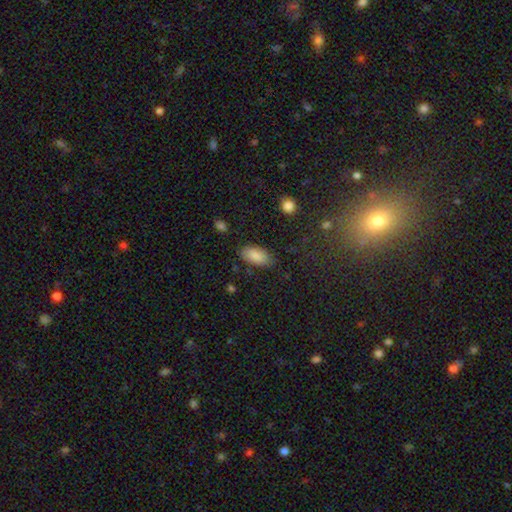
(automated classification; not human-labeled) This is clearly a smooth galaxy (86%). How rounded: clearly in between (93%). Merging: clearly none (81%).